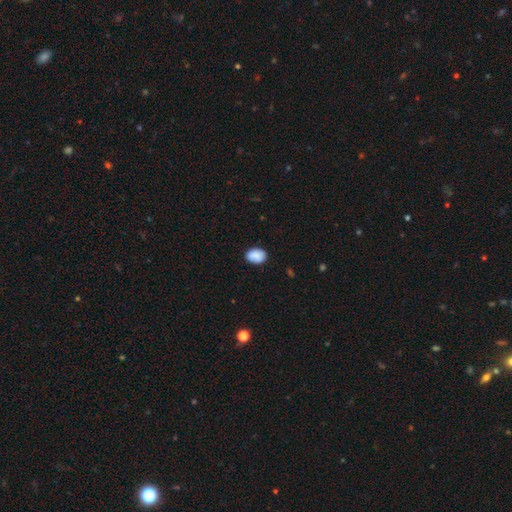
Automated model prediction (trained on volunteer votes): Overall: smooth (86%). How rounded: in between (73%). Merging: none (80%).